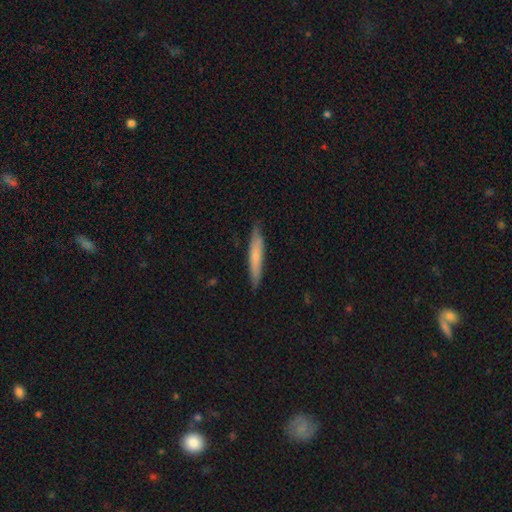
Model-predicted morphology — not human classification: A smooth galaxy with no disk features (67%) that is cigar-shaped (93%).

Vote fractions:
- Smooth or featured? smooth: 67% / featured or disk: 27% / star or artifact: 6%
- How rounded? cigar-shaped: 93% / in between: 6% / round: 1%
- Merging? none: 86% / minor disturbance: 11% / major disturbance: 2% / merger: 1%